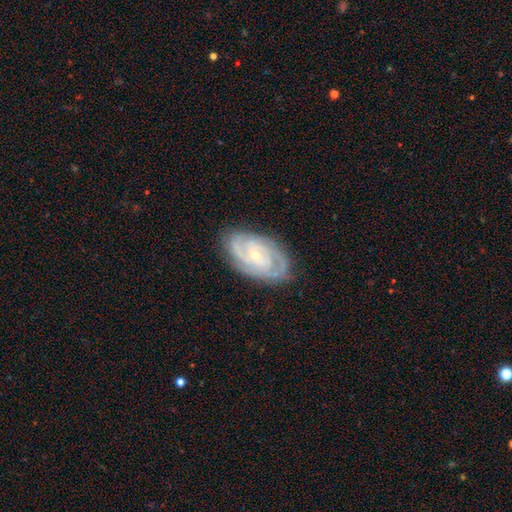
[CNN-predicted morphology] A featured or disk galaxy (87%) with no bar (59%), 2 (38%) tight (70%) spiral arms (97%) and a small central bulge (72%).

Vote fractions:
- Smooth or featured? featured or disk: 87% / smooth: 8% / star or artifact: 5%
- Edge-on disk? no: 96% / yes: 4%
- Bar? no: 59% / weak: 31% / strong: 10%
- Spiral arms? yes: 97% / no: 3%
- Spiral winding? tight: 70% / medium: 26% / loose: 4%
- Spiral arm count? 2: 38% / 3: 28% / can't tell: 18% / 4: 8% / 1: 4% / more than 4: 4%
- Bulge size? small: 72% / moderate: 25% / none: 1% / large: 1% / dominant: 1%
- Merging? none: 81% / minor disturbance: 14% / major disturbance: 3% / merger: 1%